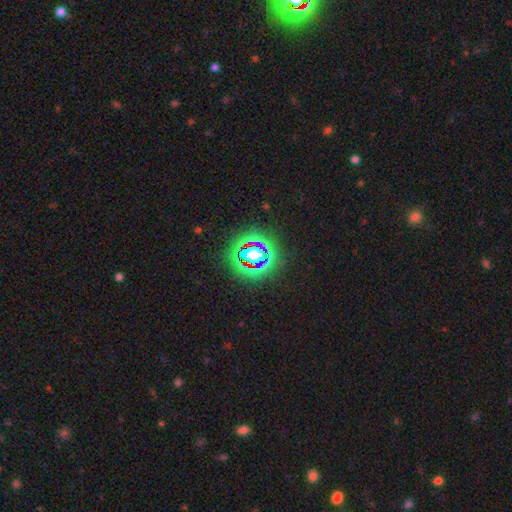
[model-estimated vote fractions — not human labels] A star or artifact, not a galaxy (67%).